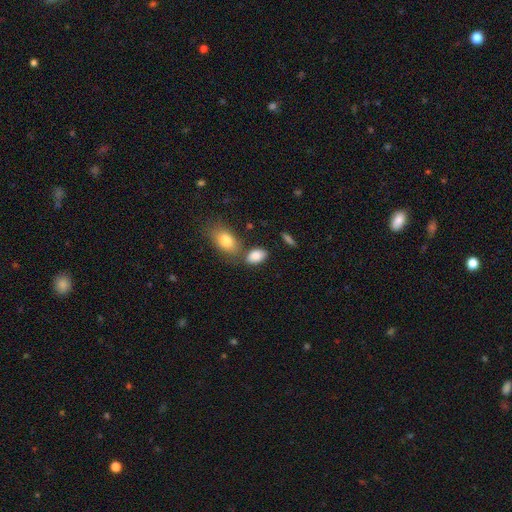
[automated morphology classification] smooth_or_featured: smooth (p=0.85) [alt: star or artifact p=0.08]
how_rounded: in between (p=0.91) [alt: round p=0.07]
merging: none (p=0.62) [alt: merger p=0.18]